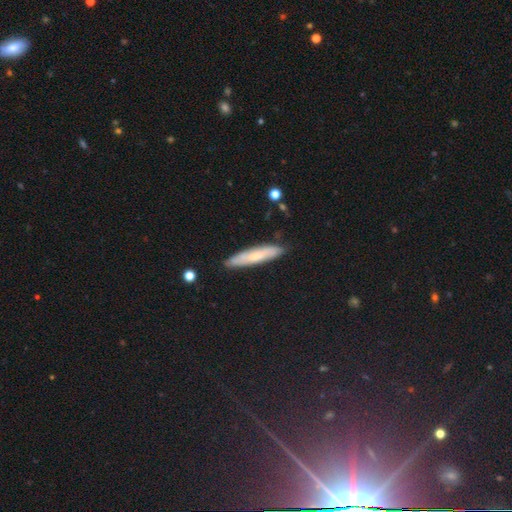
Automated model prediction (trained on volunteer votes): smooth_or_featured: smooth (p=0.54) [alt: featured or disk p=0.38]
how_rounded: cigar-shaped (p=0.88) [alt: in between p=0.11]
merging: none (p=0.86) [alt: minor disturbance p=0.11]